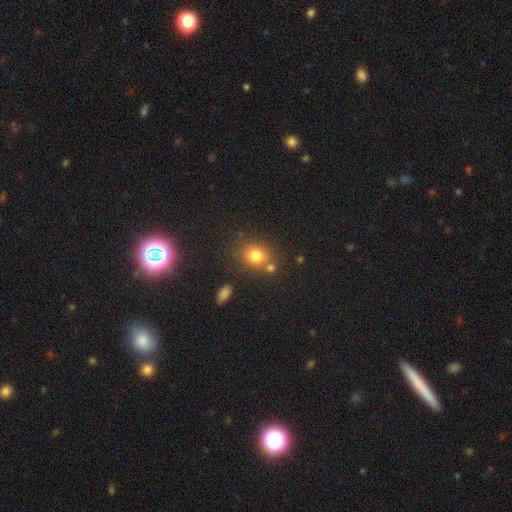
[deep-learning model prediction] The model was most divided on "how rounded": round: 65%, in between: 34%, cigar-shaped: 1%. More confident: smooth or featured — smooth (78%); merging — none (67%).